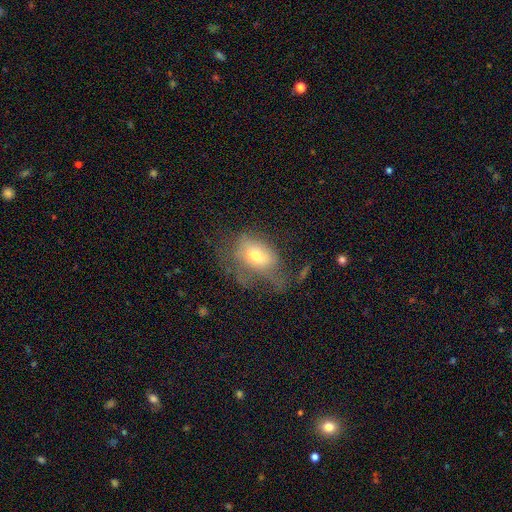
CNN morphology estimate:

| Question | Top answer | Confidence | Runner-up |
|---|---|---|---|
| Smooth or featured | smooth | 56% | featured or disk (34%) |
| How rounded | in between | 81% | round (17%) |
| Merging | major disturbance | 44% | none (27%) |